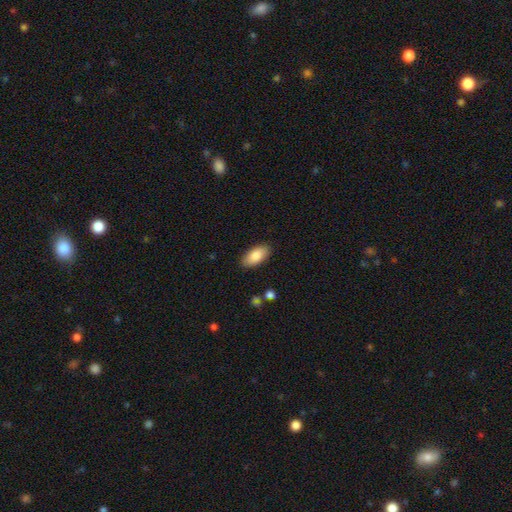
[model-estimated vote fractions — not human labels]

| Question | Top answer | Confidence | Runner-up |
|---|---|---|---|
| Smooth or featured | smooth | 85% | featured or disk (9%) |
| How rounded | in between | 93% | cigar-shaped (5%) |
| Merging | none | 87% | minor disturbance (10%) |